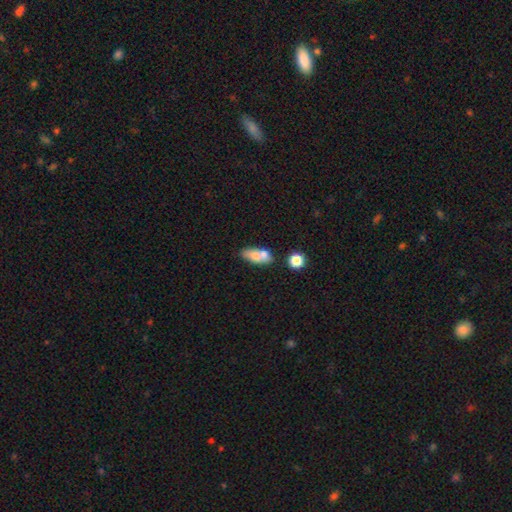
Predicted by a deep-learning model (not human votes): smooth 68%, featured or disk 24%, star or artifact 8%. Down the decision tree: how rounded — in between (75%); merging — none (41%, tied with merger).